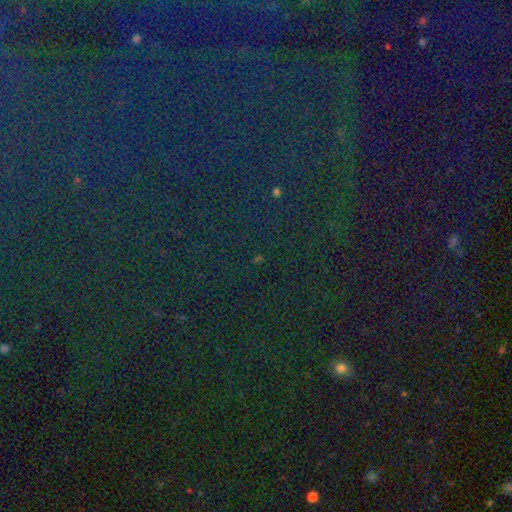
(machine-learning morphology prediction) This is clearly a star or artifact rather than a galaxy (81%).